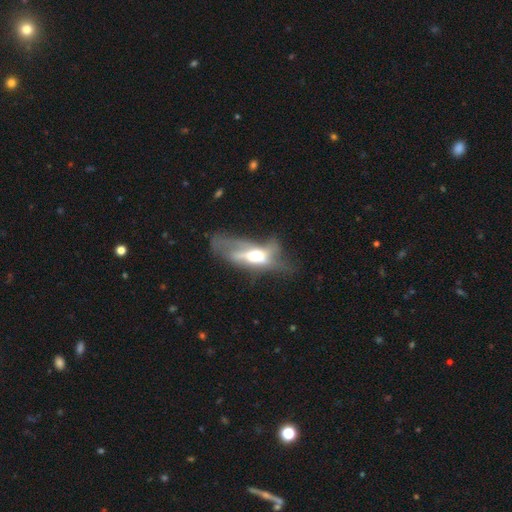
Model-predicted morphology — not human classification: Smooth or featured? featured or disk (56%)
Edge-on disk? no (66%)
Merging? major disturbance (50%)